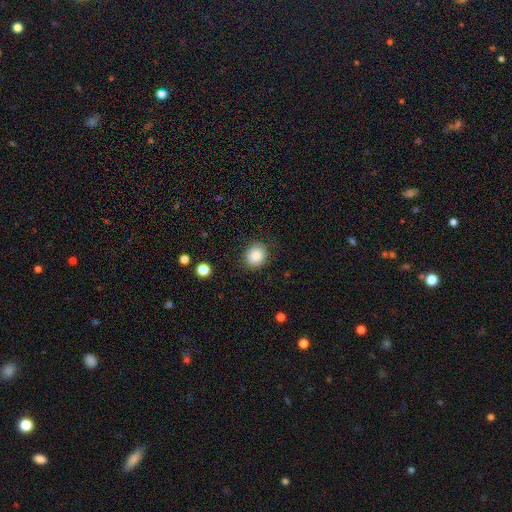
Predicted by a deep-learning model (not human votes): Smooth or featured?
  - smooth: 83% *
  - star or artifact: 9%
  - featured or disk: 7%
How rounded?
  - round: 72% *
  - in between: 27%
  - cigar-shaped: 1%
Merging?
  - none: 84% *
  - minor disturbance: 12%
  - major disturbance: 3%
  - merger: 1%